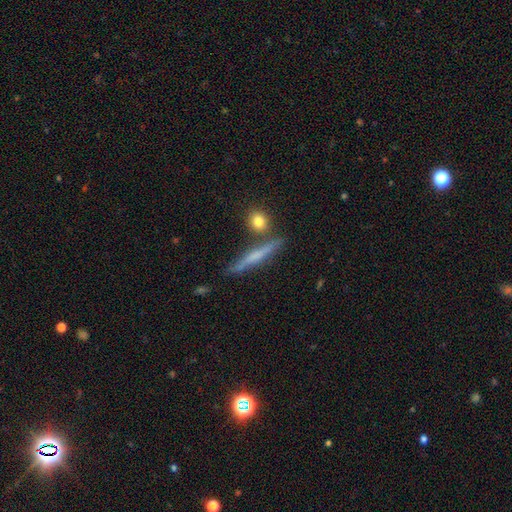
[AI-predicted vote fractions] A featured or disk galaxy (51%) viewed edge-on (94%).

Vote fractions:
- Smooth or featured? featured or disk: 51% / smooth: 42% / star or artifact: 7%
- Edge-on disk? yes: 94% / no: 6%
- Merging? none: 80% / minor disturbance: 11% / merger: 6% / major disturbance: 3%